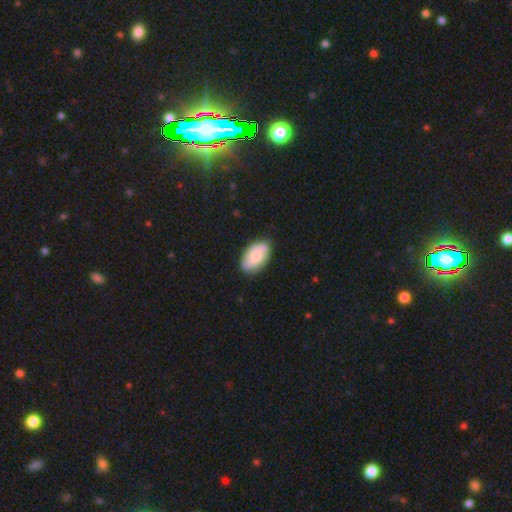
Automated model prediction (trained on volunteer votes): Q: Smooth or featured?
A: smooth (61%); runner-up: featured or disk (33%)
Q: How rounded?
A: in between (93%); runner-up: round (6%)
Q: Merging?
A: none (76%); runner-up: minor disturbance (19%)